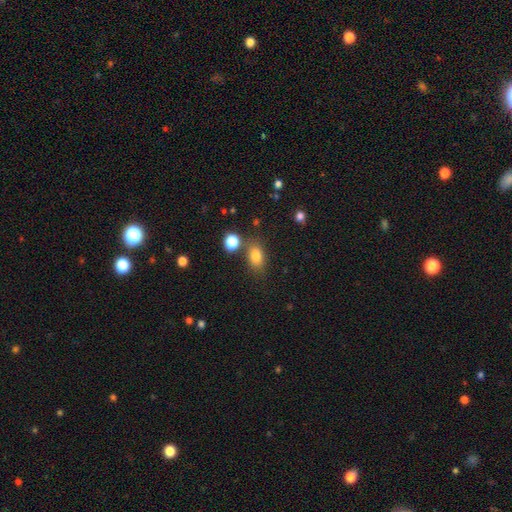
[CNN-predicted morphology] A smooth galaxy with no disk features (81%) that is in between round and cigar-shaped (78%). Merging: none (70%).